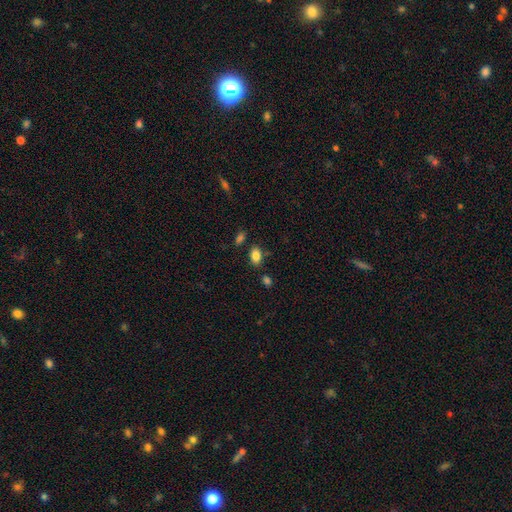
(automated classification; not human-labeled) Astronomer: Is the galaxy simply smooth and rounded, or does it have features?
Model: smooth — 85%.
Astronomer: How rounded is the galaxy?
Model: in between — 89%.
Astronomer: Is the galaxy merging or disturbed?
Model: none — 80%.